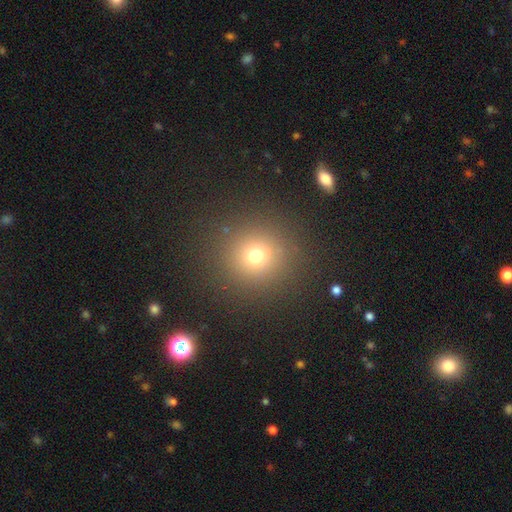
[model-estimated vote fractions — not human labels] Overall: smooth (71%). How rounded: round (92%). Merging: none (88%).